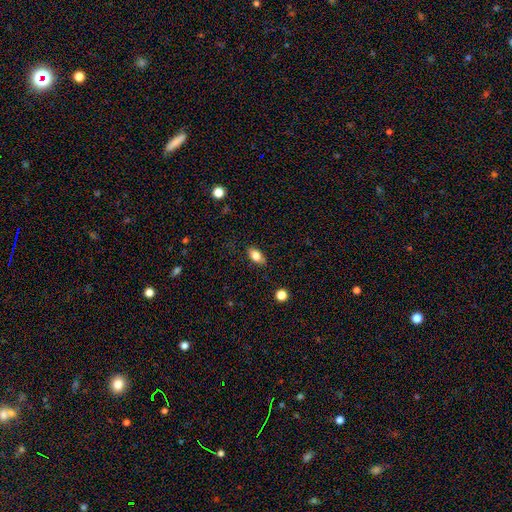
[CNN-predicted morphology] This is clearly a smooth galaxy (81%). How rounded: clearly in between (88%). Merging: clearly none (81%).